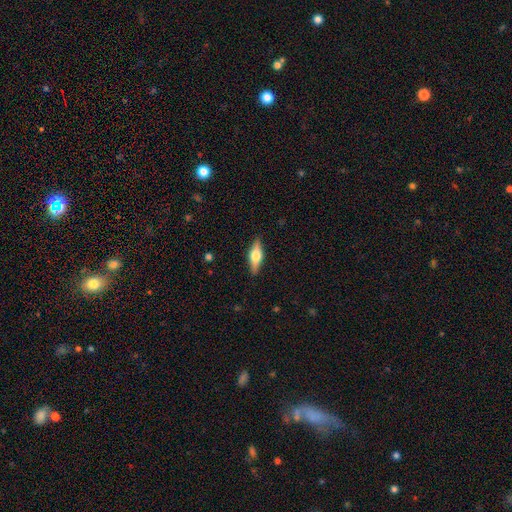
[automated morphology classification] smooth_or_featured: featured or disk (p=0.56) [alt: smooth p=0.38]
disk_edge_on: yes (p=0.94) [alt: no p=0.06]
edge_on_bulge: rounded (p=0.92) [alt: boxy p=0.07]
merging: none (p=0.88) [alt: minor disturbance p=0.09]